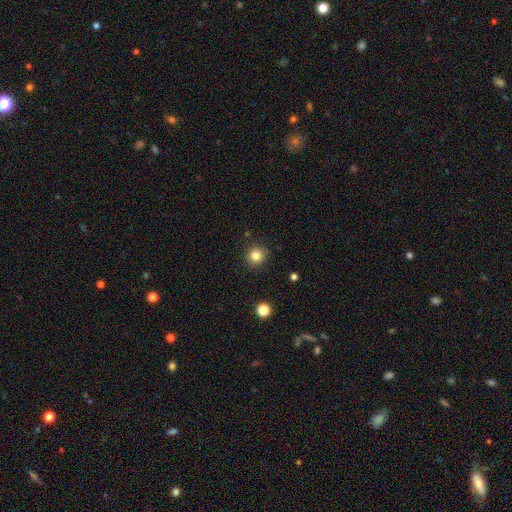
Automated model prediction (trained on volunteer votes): Smooth or featured?
  - smooth: 82% *
  - star or artifact: 12%
  - featured or disk: 5%
How rounded?
  - round: 94% *
  - in between: 5%
  - cigar-shaped: 1%
Merging?
  - none: 89% *
  - minor disturbance: 7%
  - major disturbance: 2%
  - merger: 1%